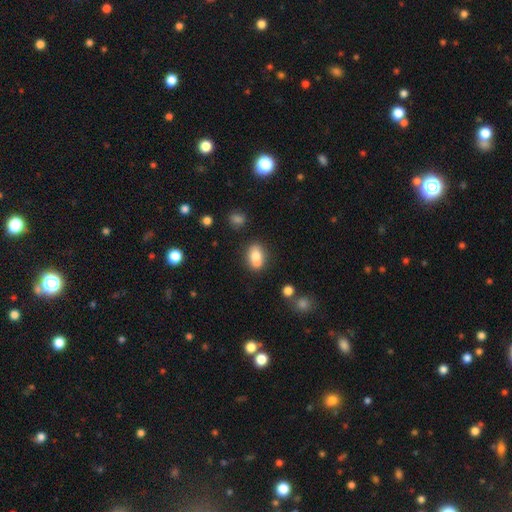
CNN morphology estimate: Smooth or featured? smooth (75%)
How rounded? in between (74%)
Merging? none (48%)